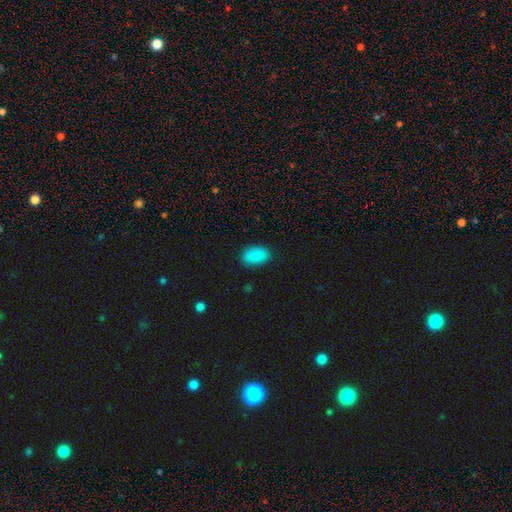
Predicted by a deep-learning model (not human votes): A smooth galaxy with no disk features (88%) that is in between round and cigar-shaped (92%). Merging: none (86%).